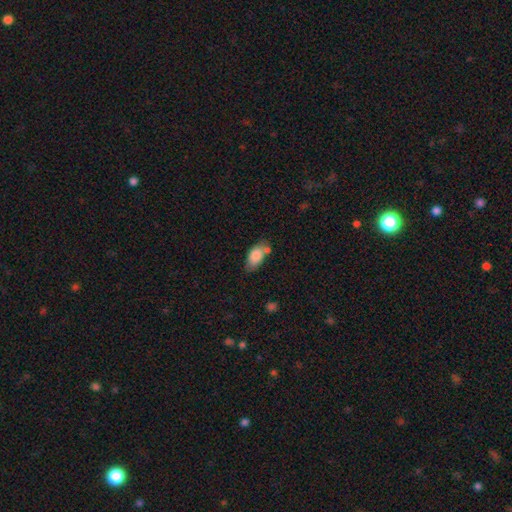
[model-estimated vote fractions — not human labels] This appears to be a smooth galaxy with no disk features (83%) that is in between round and cigar-shaped (91%). Merging: none (52%).